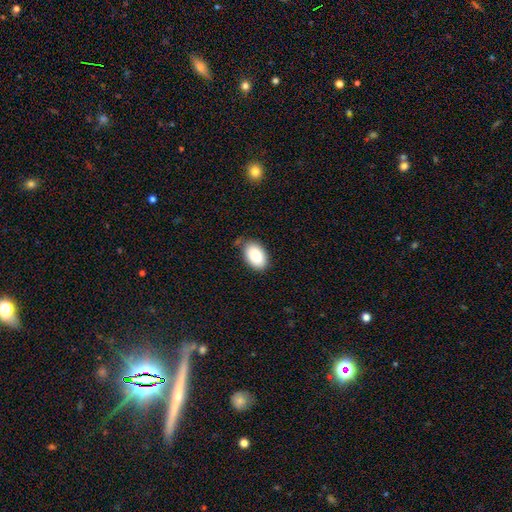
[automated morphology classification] Overall: smooth (88%). How rounded: in between (93%). Merging: none (77%).